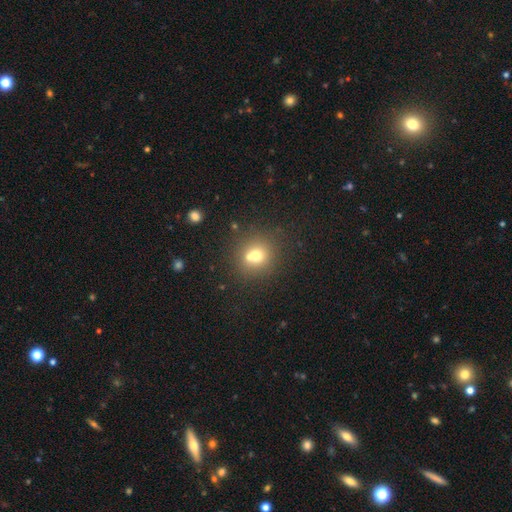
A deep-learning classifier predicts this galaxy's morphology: type=smooth (68%); roundness=round (86%); merging=none (55%).